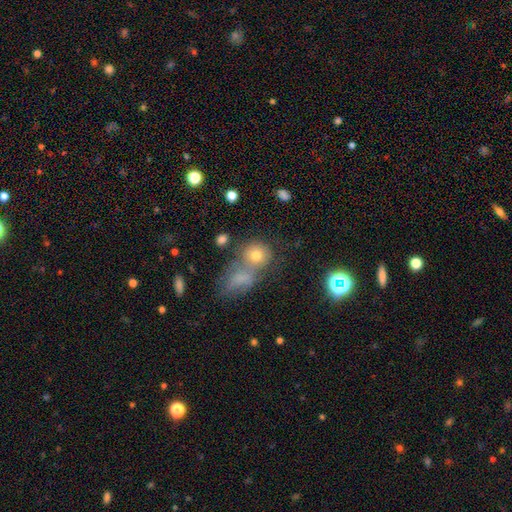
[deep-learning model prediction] Morphology: type=smooth (67%); roundness=round (72%); merging=none (44%).